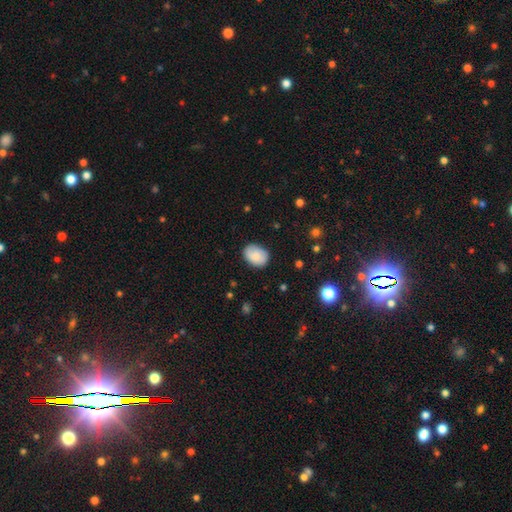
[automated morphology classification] The model was most divided on "how rounded": in between: 70%, round: 29%, cigar-shaped: 1%. More confident: merging — none (80%); smooth or featured — smooth (77%).